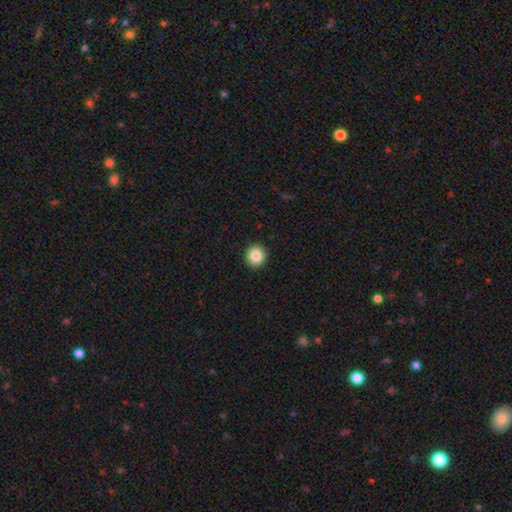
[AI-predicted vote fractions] smooth_or_featured: smooth (p=0.85) [alt: star or artifact p=0.09]
how_rounded: round (p=0.89) [alt: in between p=0.10]
merging: none (p=0.92) [alt: minor disturbance p=0.05]